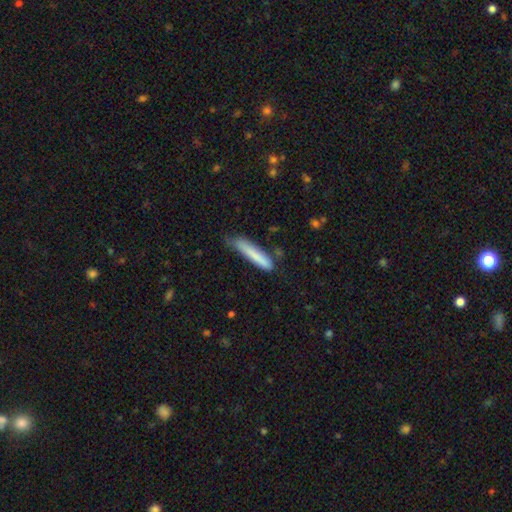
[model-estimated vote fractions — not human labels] Smooth or featured: smooth — 79% (featured or disk — 14%)
How rounded: cigar-shaped — 92% (in between — 6%)
Merging: none — 65% (minor disturbance — 27%)